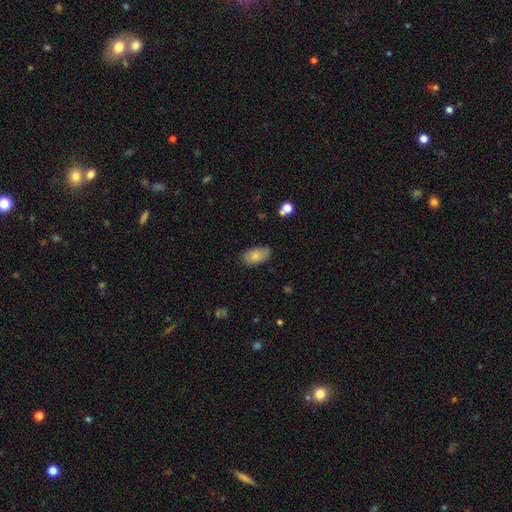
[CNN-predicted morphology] Overall: smooth (81%). How rounded: in between (93%). Merging: none (74%).